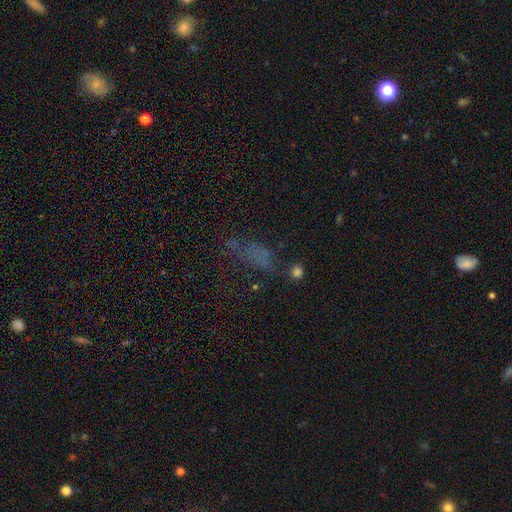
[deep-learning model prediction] Smooth or featured? smooth (44%)
Merging? none (42%)